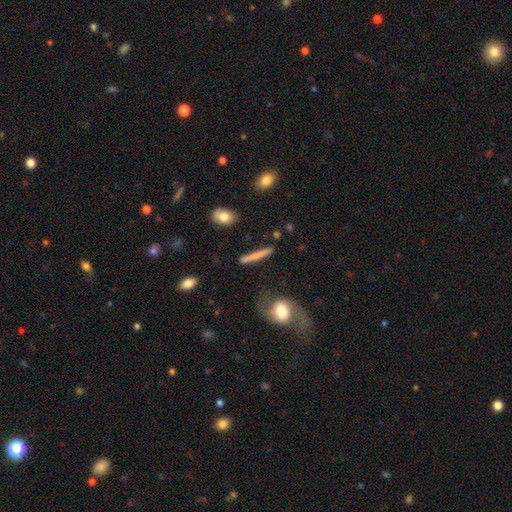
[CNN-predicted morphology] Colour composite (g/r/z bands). It shows a smooth galaxy with no disk features (57%) that is cigar-shaped (90%). Merging: none (81%).